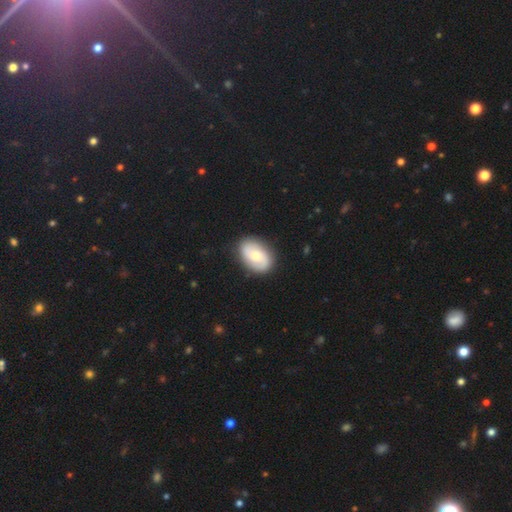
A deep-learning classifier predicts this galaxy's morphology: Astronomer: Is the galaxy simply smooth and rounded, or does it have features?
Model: featured or disk — 58% (runner-up: smooth, 36%).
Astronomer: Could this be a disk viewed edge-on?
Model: no — 97%.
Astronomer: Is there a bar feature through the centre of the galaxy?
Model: no — 64%.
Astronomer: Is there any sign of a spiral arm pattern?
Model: yes — 88%.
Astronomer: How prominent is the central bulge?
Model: moderate — 58%.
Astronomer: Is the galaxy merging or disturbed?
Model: none — 85%.